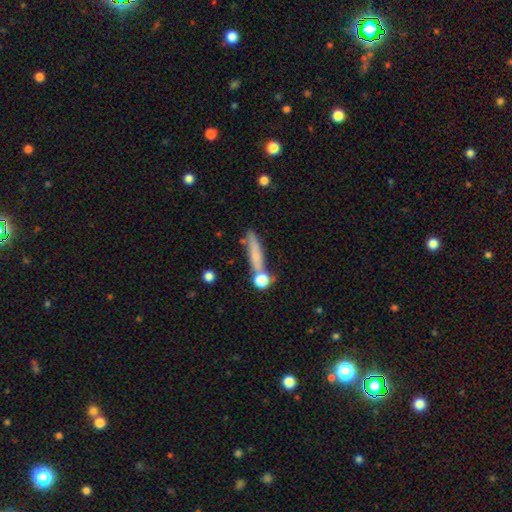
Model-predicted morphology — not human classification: A smooth galaxy with no disk features (66%) that is cigar-shaped (81%).

Vote fractions:
- Smooth or featured? smooth: 66% / featured or disk: 25% / star or artifact: 9%
- How rounded? cigar-shaped: 81% / in between: 14% / round: 5%
- Merging? none: 65% / minor disturbance: 16% / merger: 13% / major disturbance: 6%